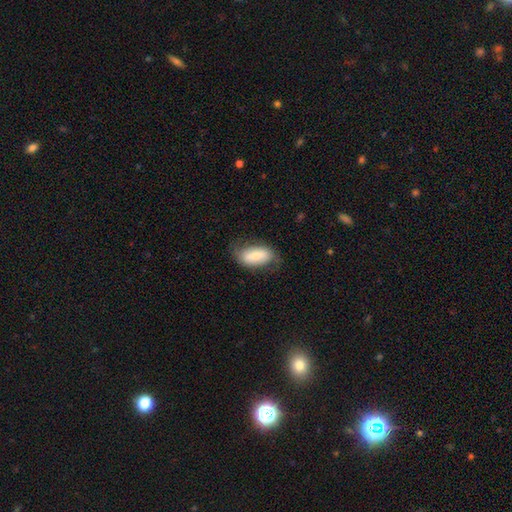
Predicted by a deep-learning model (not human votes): Overall: smooth (64%; featured or disk 29%). How rounded: in between (91%). Merging: none (65%).